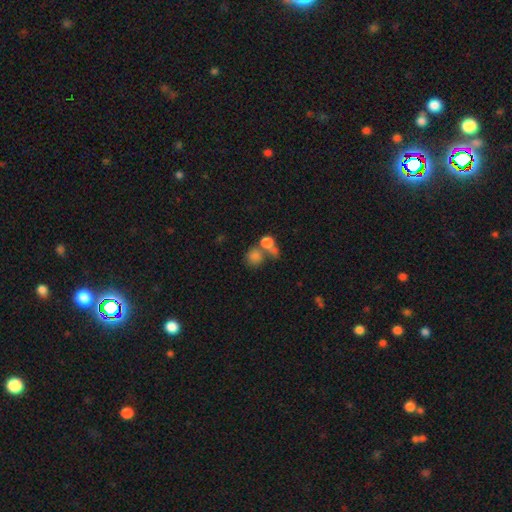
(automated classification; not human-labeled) Smooth or featured: smooth — 73% (star or artifact — 15%)
How rounded: round — 83% (in between — 15%)
Merging: none — 43% (merger — 40%)